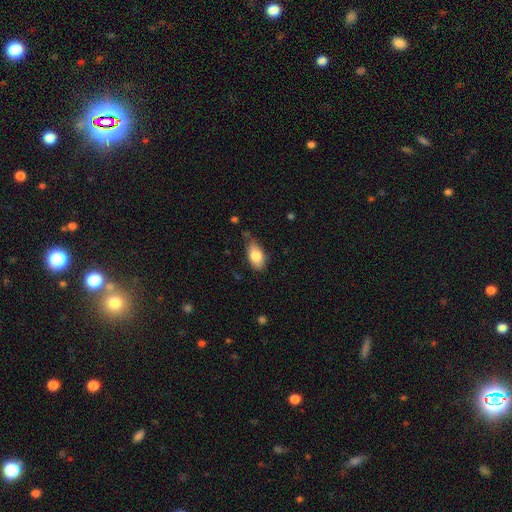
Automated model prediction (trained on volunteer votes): smooth_or_featured: smooth (p=0.82) [alt: featured or disk p=0.11]
how_rounded: in between (p=0.91) [alt: round p=0.04]
merging: none (p=0.66) [alt: minor disturbance p=0.26]